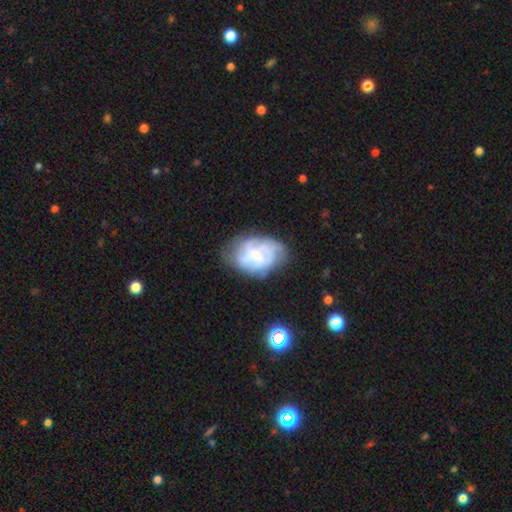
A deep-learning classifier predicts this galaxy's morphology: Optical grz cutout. It shows a featured or disk galaxy (62%) with no bar (61%), spiral arms (71%) and no central bulge (43%). Merging: none (56%).